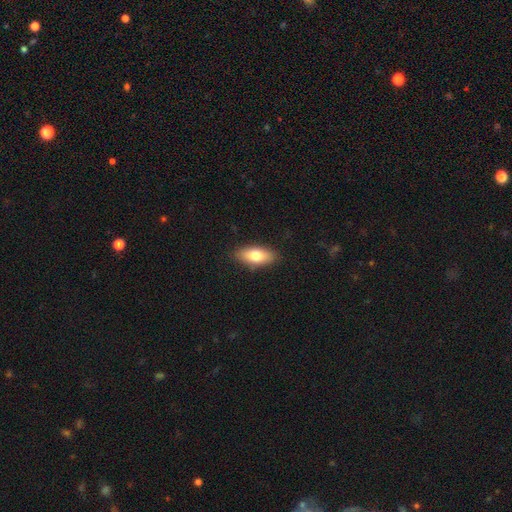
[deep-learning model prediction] Overall: smooth (79%). How rounded: in between (84%). Merging: none (87%).